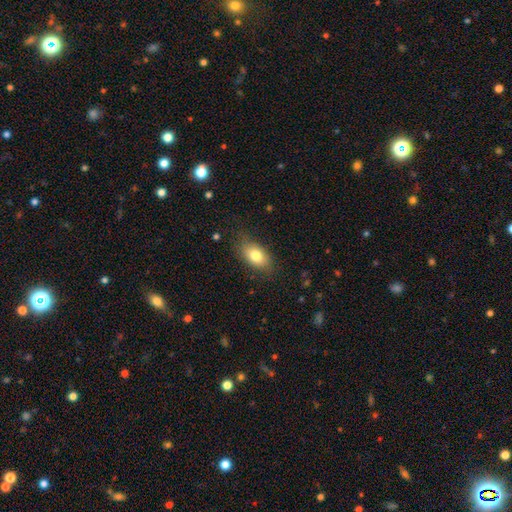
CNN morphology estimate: Smooth or featured? smooth (79%)
How rounded? in between (87%)
Merging? none (79%)